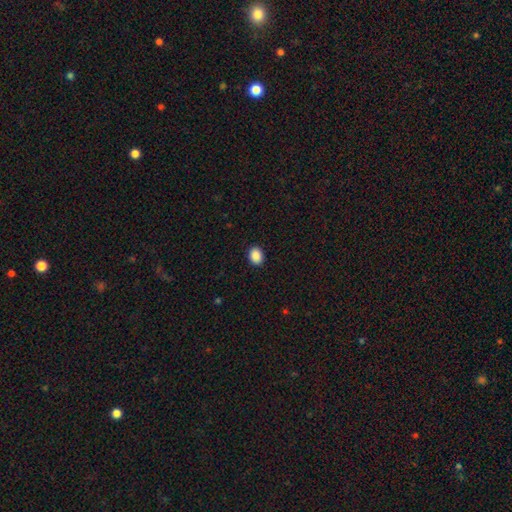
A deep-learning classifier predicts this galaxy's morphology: Overall: smooth (89%). How rounded: in between (63%; round 37%). Merging: none (90%).